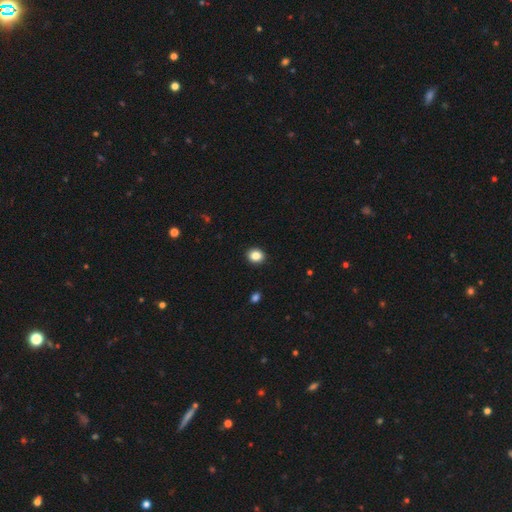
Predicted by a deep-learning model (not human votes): This appears to be a smooth galaxy with no disk features (86%) that is round (66%). Merging: none (92%).